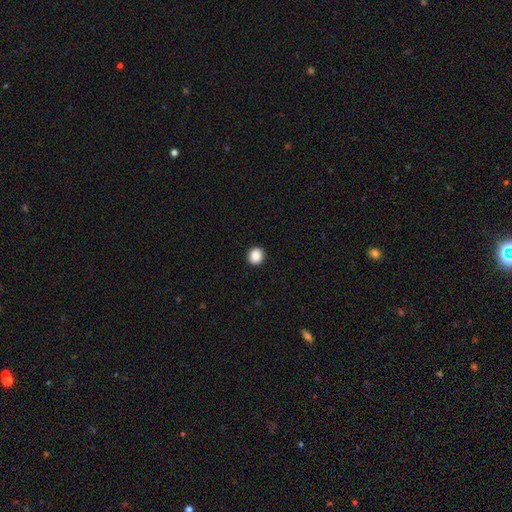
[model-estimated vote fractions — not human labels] The model was most divided on "how rounded": round: 85%, in between: 14%, cigar-shaped: 1%. More confident: merging — none (92%); smooth or featured — smooth (89%).